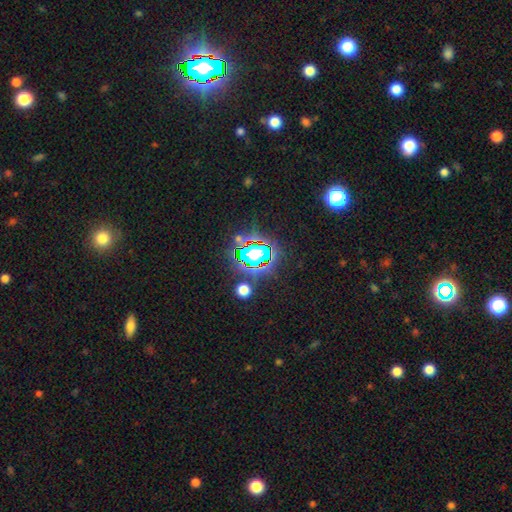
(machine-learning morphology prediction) This is likely a star or artifact rather than a galaxy (70%).